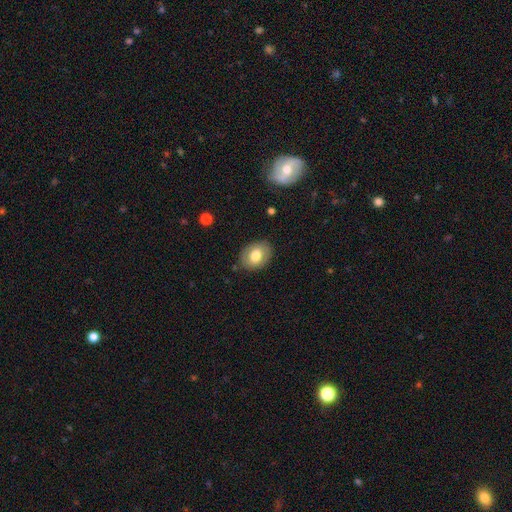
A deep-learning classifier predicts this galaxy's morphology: The model was most divided on "how rounded": in between: 66%, round: 33%, cigar-shaped: 1%. More confident: merging — none (84%); smooth or featured — smooth (70%).